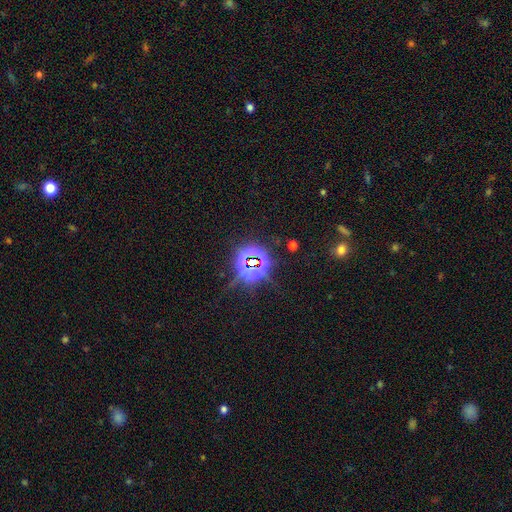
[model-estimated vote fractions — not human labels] A star or artifact, not a galaxy (80%).

Vote fractions:
- Smooth or featured? star or artifact: 80% / smooth: 12% / featured or disk: 8%